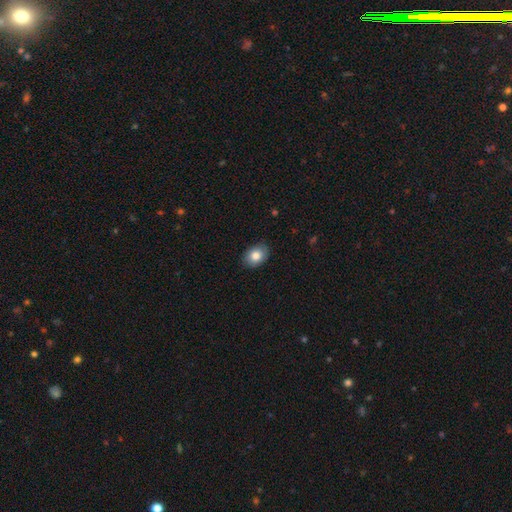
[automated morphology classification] type=smooth (82%); roundness=in between (70%); merging=none (87%).